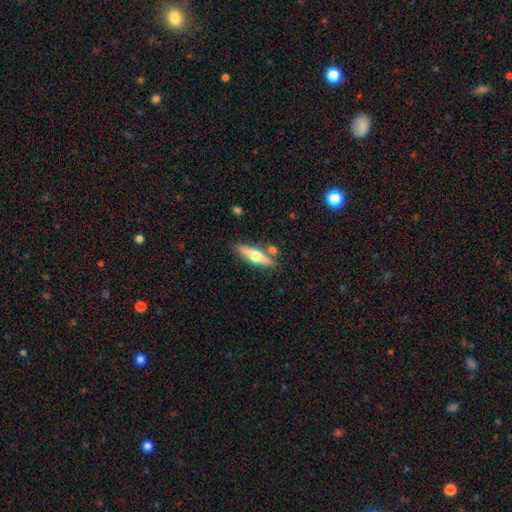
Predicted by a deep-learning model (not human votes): Smooth or featured?
  - featured or disk: 49% *
  - smooth: 45%
  - star or artifact: 6%
Merging?
  - none: 77% *
  - minor disturbance: 11%
  - merger: 9%
  - major disturbance: 3%